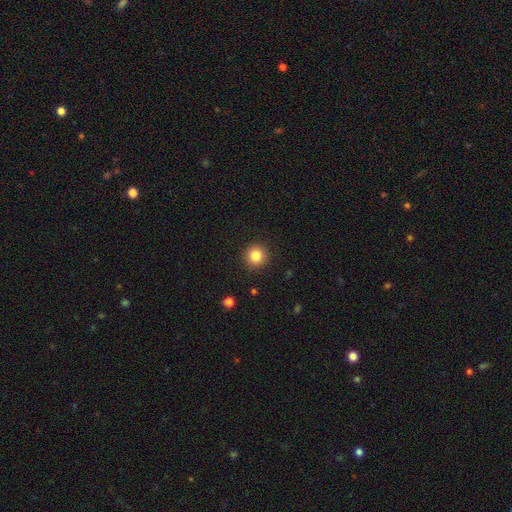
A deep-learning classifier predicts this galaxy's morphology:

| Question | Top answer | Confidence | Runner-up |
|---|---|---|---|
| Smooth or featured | smooth | 84% | star or artifact (10%) |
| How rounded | round | 94% | in between (5%) |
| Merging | none | 91% | minor disturbance (6%) |